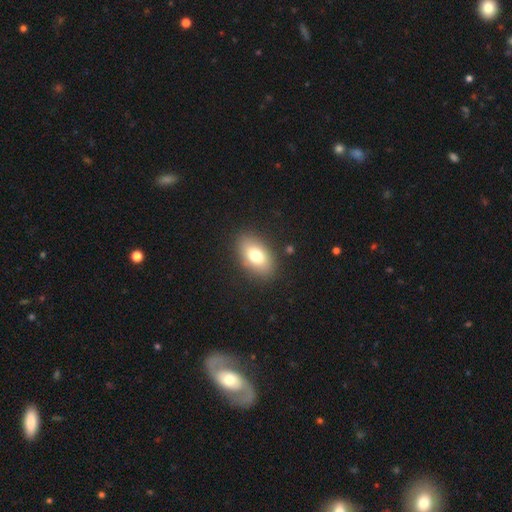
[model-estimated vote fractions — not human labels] smooth 76%, featured or disk 16%, star or artifact 8%. Down the decision tree: how rounded — in between (90%); merging — none (86%).